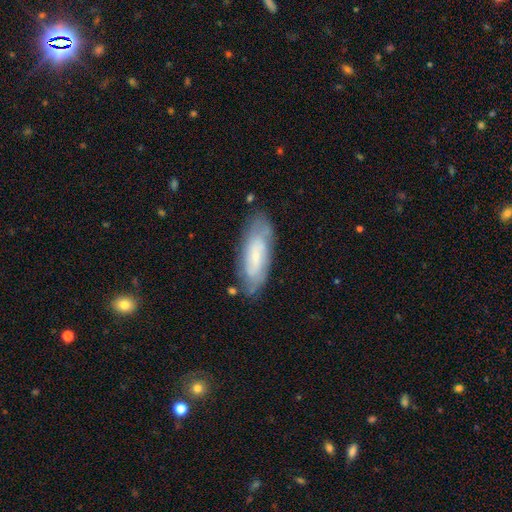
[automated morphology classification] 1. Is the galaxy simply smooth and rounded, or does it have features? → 49% featured or disk, 44% smooth, 7% star or artifact.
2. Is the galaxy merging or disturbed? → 74% none, 19% minor disturbance, 5% major disturbance, 3% merger.